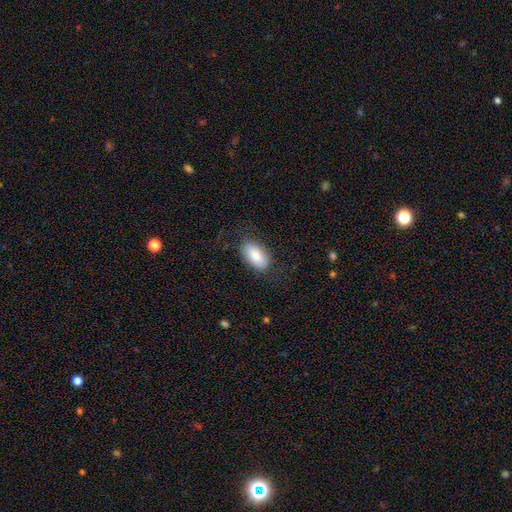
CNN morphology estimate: Smooth or featured?
  - smooth: 83% *
  - featured or disk: 11%
  - star or artifact: 6%
How rounded?
  - in between: 94% *
  - round: 4%
  - cigar-shaped: 2%
Merging?
  - none: 79% *
  - minor disturbance: 15%
  - major disturbance: 5%
  - merger: 1%